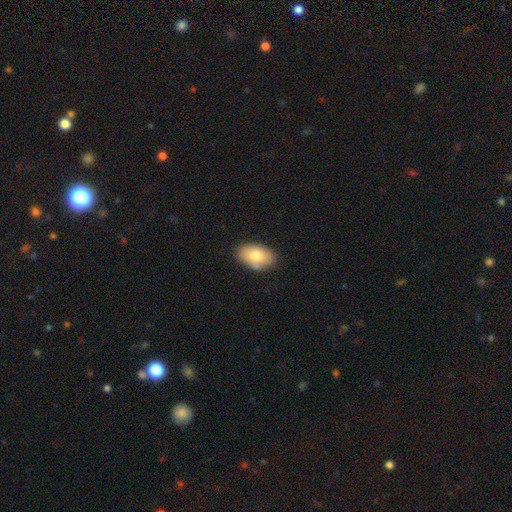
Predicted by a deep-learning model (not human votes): A smooth galaxy with no disk features (79%) that is in between round and cigar-shaped (92%).

Vote fractions:
- Smooth or featured? smooth: 79% / featured or disk: 15% / star or artifact: 7%
- How rounded? in between: 92% / round: 7% / cigar-shaped: 1%
- Merging? none: 82% / minor disturbance: 14% / major disturbance: 3% / merger: 2%